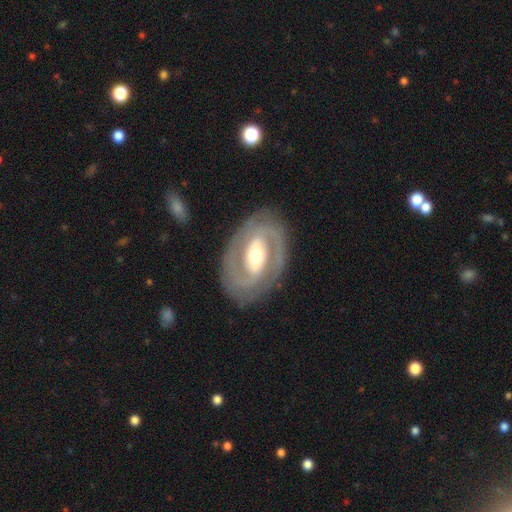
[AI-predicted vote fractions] This is clearly a featured or disk galaxy (86%). It is clearly not viewed edge-on (96%). Bar: marginally strong (42%). Spiral arm pattern: clearly yes (90%). Spiral arm count: clearly 2 (86%). Spiral winding: possibly tight (56%). Central bulge: likely moderate (66%). Merging: clearly none (83%).